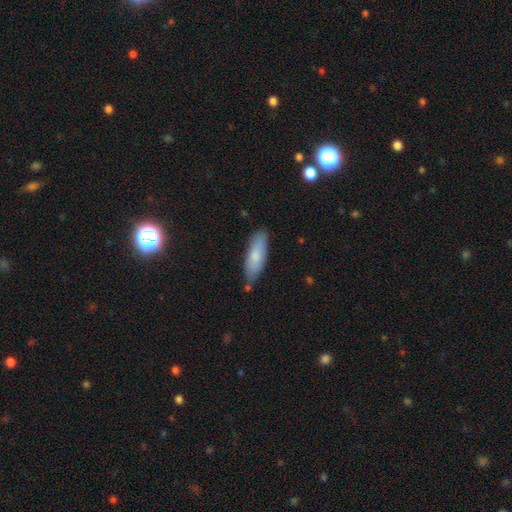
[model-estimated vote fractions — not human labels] smooth_or_featured: smooth (p=0.80) [alt: featured or disk p=0.14]
how_rounded: in between (p=0.50) [alt: cigar-shaped p=0.48]
merging: none (p=0.77) [alt: minor disturbance p=0.16]